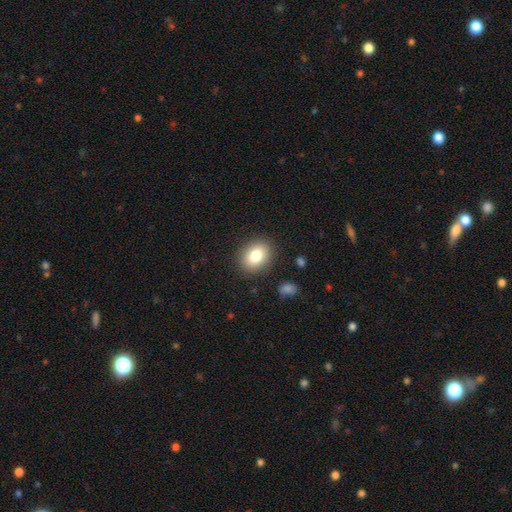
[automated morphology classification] Smooth or featured? Predicted: smooth (p=0.81). How rounded? Predicted: in between (p=0.54). Merging? Predicted: none (p=0.87).